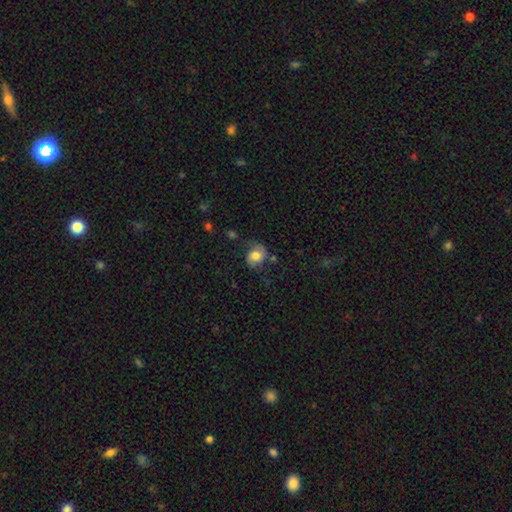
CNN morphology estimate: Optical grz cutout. It shows a smooth galaxy with no disk features (53%) that is round (54%). Merging: none (57%).